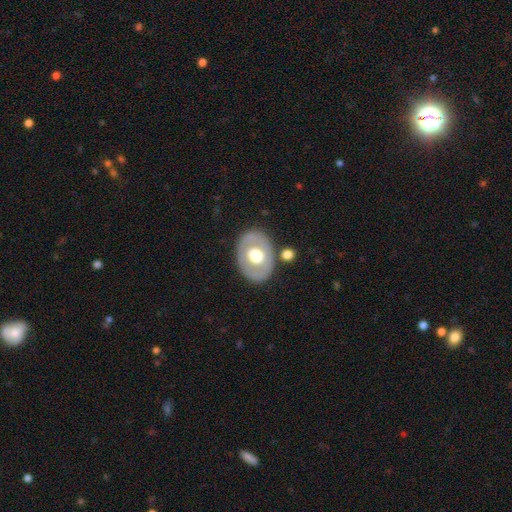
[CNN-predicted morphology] Overall: featured or disk (48%; smooth 47%). Merging: none (80%).